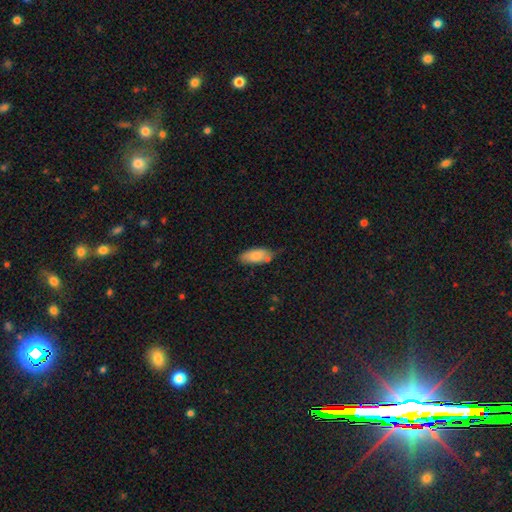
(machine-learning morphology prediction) The model was most divided on "merging": none: 62%, minor disturbance: 27%, merger: 7%, major disturbance: 5%. More confident: how rounded — in between (82%); smooth or featured — smooth (79%).